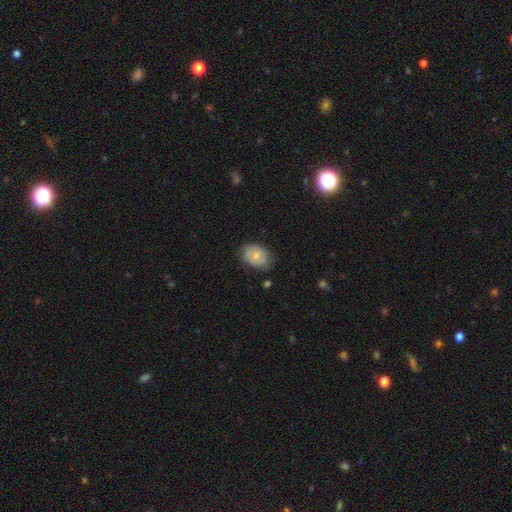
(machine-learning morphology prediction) Smooth or featured? smooth (64%)
How rounded? in between (74%)
Merging? none (68%)